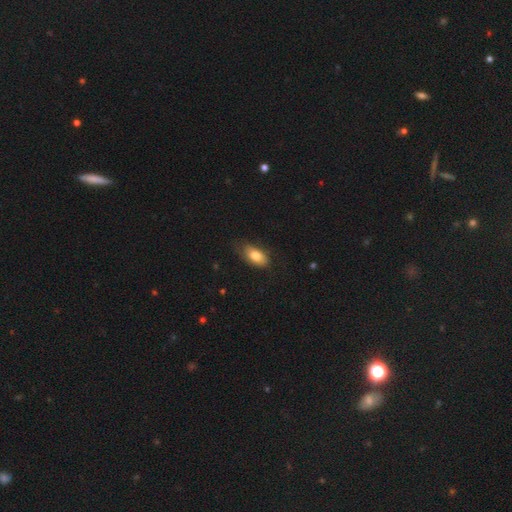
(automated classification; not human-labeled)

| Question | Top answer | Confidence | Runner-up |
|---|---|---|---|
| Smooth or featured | smooth | 77% | featured or disk (16%) |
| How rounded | in between | 90% | round (5%) |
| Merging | none | 67% | minor disturbance (26%) |